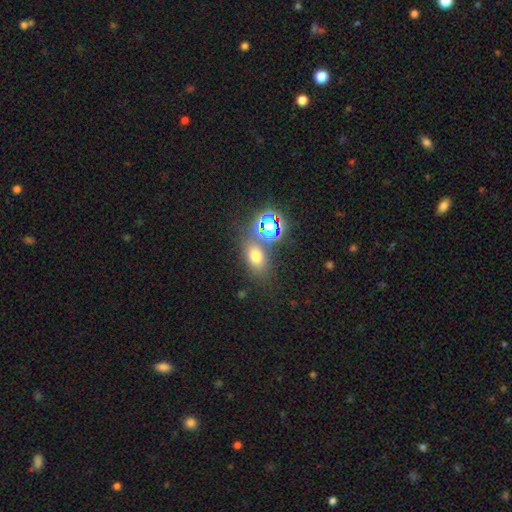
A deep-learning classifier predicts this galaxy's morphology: type=smooth (64%); roundness=in between (70%); merging=none (68%).